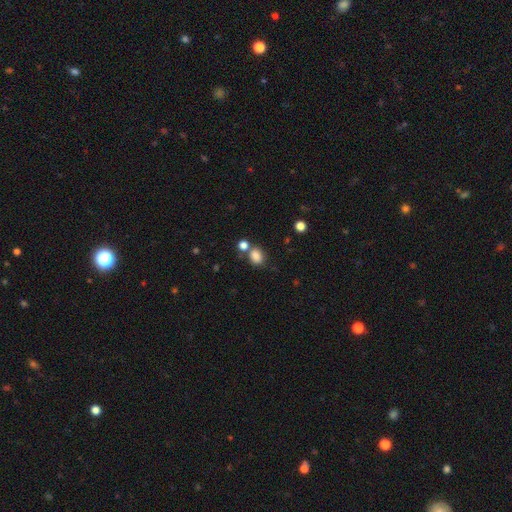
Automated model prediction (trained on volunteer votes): Morphology: type=smooth (84%); roundness=in between (55%); merging=none (58%).